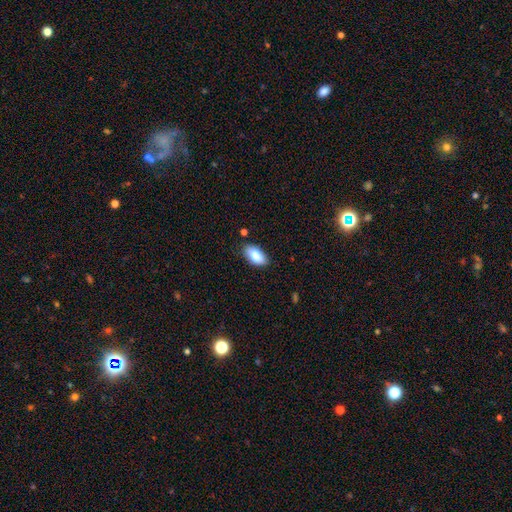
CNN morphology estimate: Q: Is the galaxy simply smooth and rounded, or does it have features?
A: smooth — 83%.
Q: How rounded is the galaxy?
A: in between — 92%.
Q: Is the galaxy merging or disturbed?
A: none — 82%.